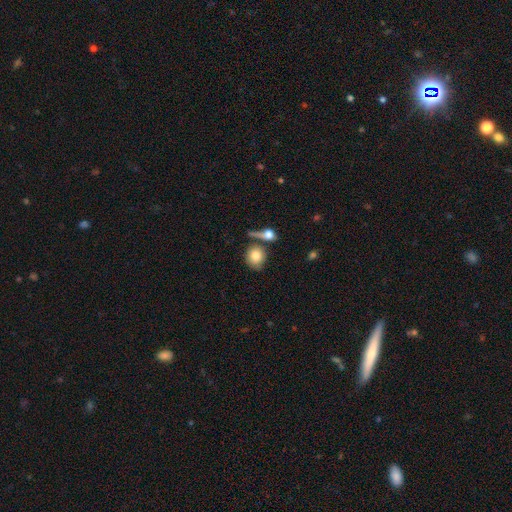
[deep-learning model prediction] This appears to be a smooth galaxy with no disk features (79%) that is round (77%). Merging: none (54%).